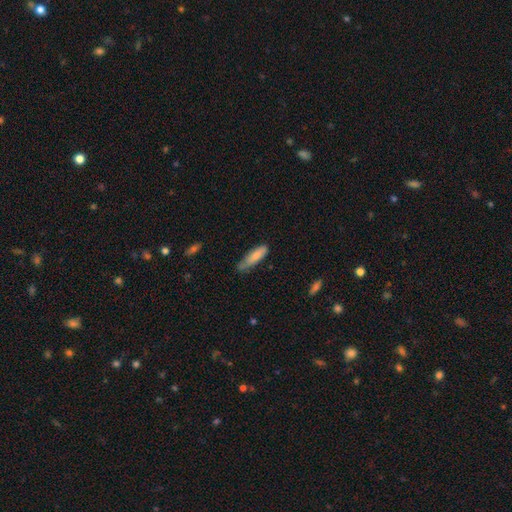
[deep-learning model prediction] Smooth or featured? smooth (81%)
How rounded? cigar-shaped (63%)
Merging? none (53%)